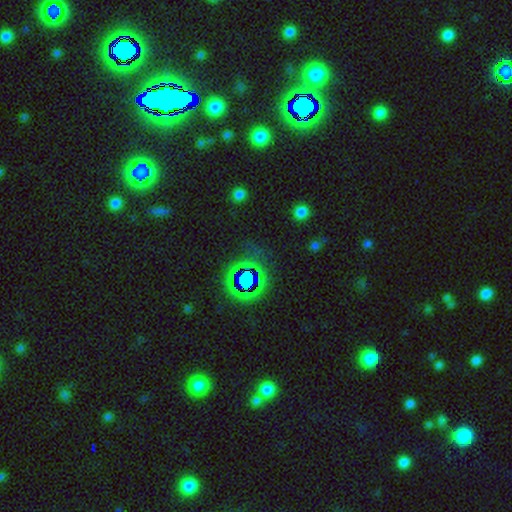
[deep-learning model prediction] Smooth or featured? Predicted: star or artifact (p=0.59).